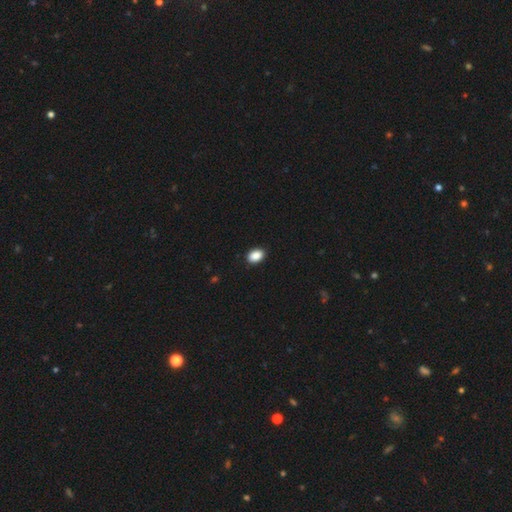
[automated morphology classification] This is clearly a smooth galaxy (89%). How rounded: clearly in between (81%). Merging: clearly none (90%).